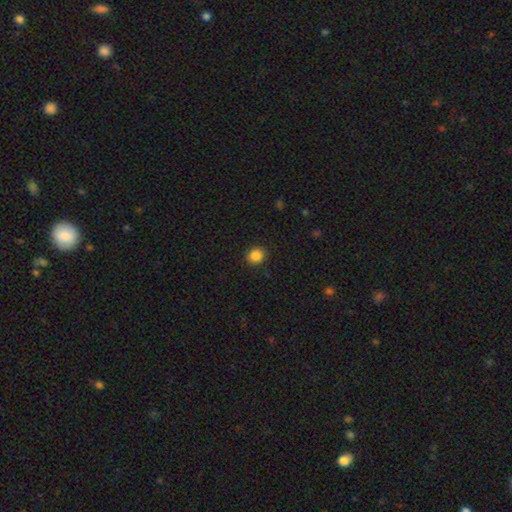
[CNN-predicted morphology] smooth_or_featured: smooth (p=0.86) [alt: star or artifact p=0.11]
how_rounded: round (p=0.83) [alt: in between p=0.16]
merging: none (p=0.90) [alt: minor disturbance p=0.07]